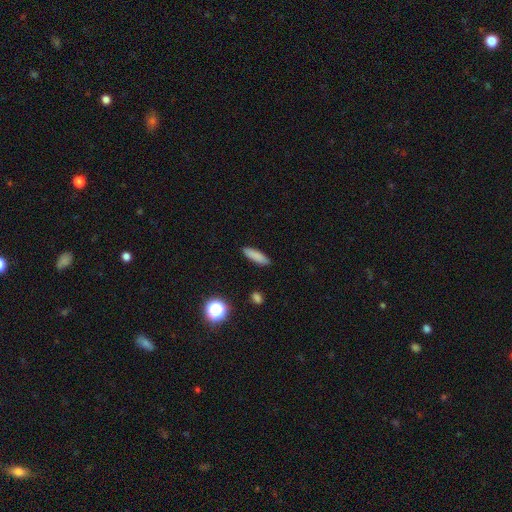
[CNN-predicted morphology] A smooth galaxy with no disk features (84%) that is cigar-shaped (61%). Merging: none (89%).